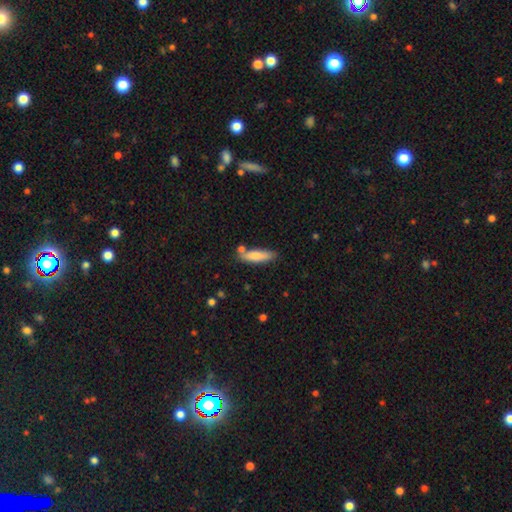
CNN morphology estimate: type=smooth (78%); roundness=cigar-shaped (66%); merging=none (72%).